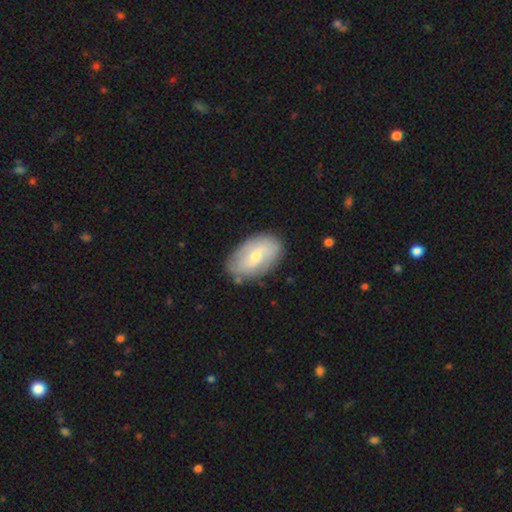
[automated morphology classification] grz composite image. It shows a featured or disk galaxy (49%). Merging: none (80%).